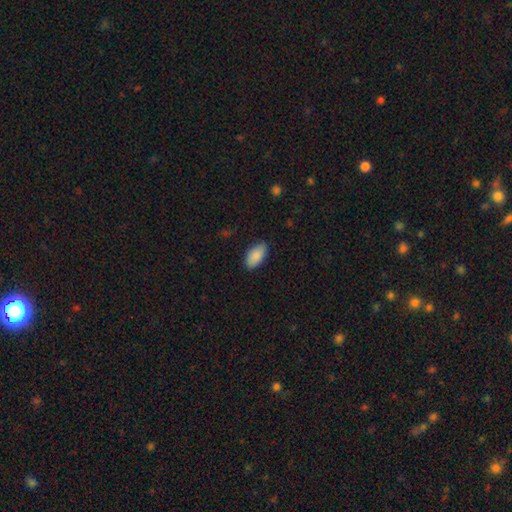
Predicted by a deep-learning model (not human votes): This is clearly a smooth galaxy (89%). How rounded: clearly in between (94%). Merging: clearly none (85%).